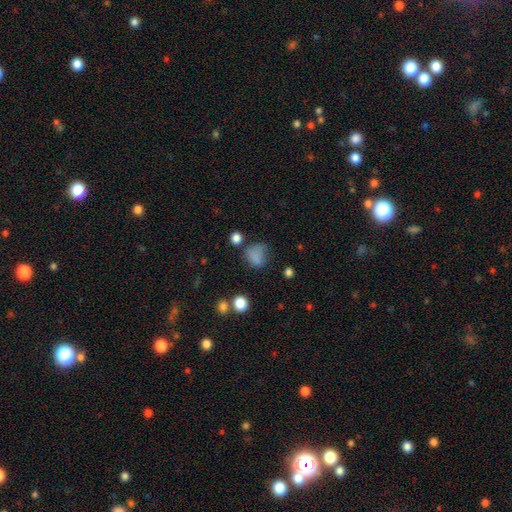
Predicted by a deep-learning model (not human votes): This is likely a smooth galaxy (75%). How rounded: possibly round (57%). Merging: possibly none (46%).